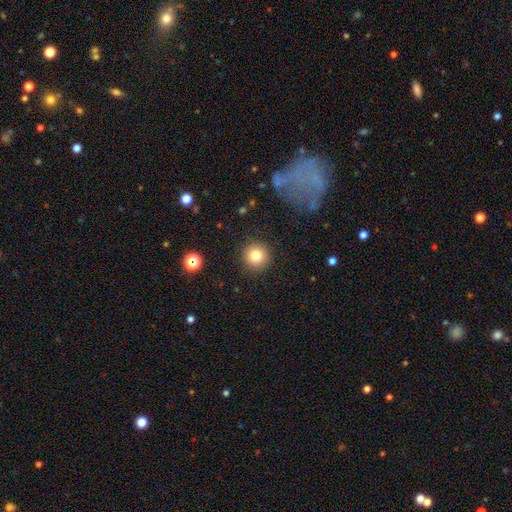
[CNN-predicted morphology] A smooth galaxy with no disk features (80%) that is round (95%).

Vote fractions:
- Smooth or featured? smooth: 80% / star or artifact: 12% / featured or disk: 8%
- How rounded? round: 95% / in between: 4% / cigar-shaped: 1%
- Merging? none: 90% / minor disturbance: 6% / major disturbance: 3% / merger: 1%